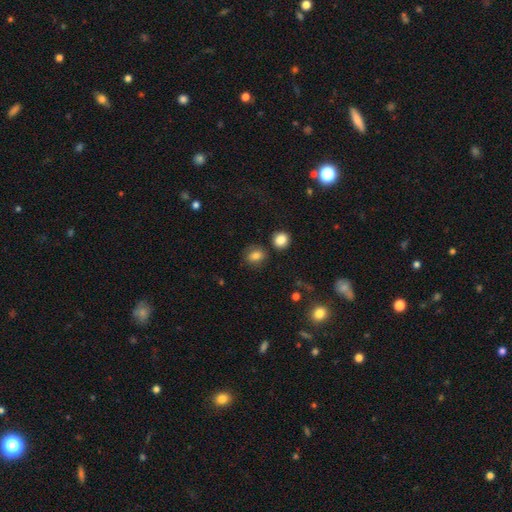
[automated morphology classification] This appears to be a smooth galaxy with no disk features (80%) that is round (61%). Merging: none (78%).